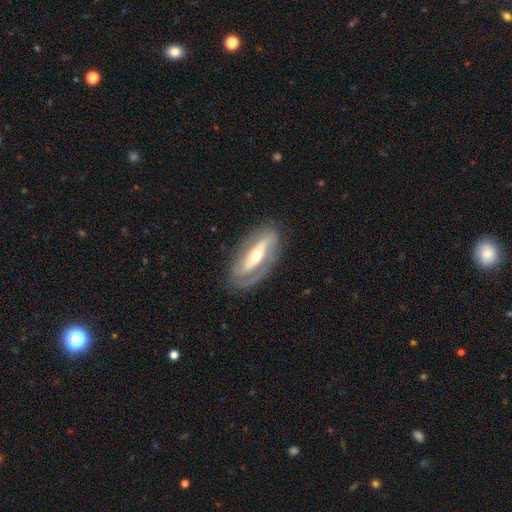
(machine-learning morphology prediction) This appears to be a featured or disk galaxy (81%) with a strong bar (56%), 2 (79%) tight (41%) spiral arms (77%) and a moderate central bulge (66%). Merging: none (80%).